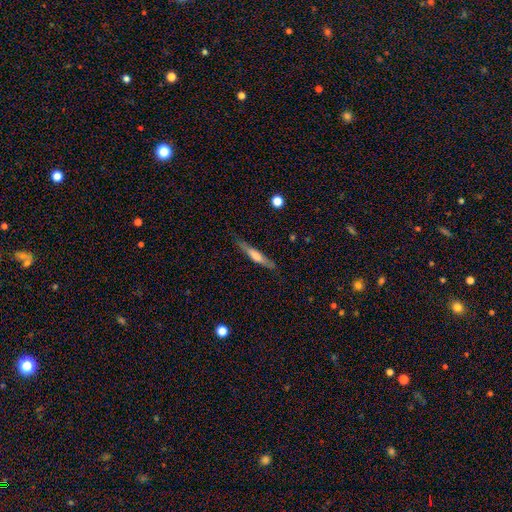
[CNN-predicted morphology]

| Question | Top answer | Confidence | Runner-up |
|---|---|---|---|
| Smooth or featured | featured or disk | 49% | smooth (45%) |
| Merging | none | 79% | minor disturbance (16%) |